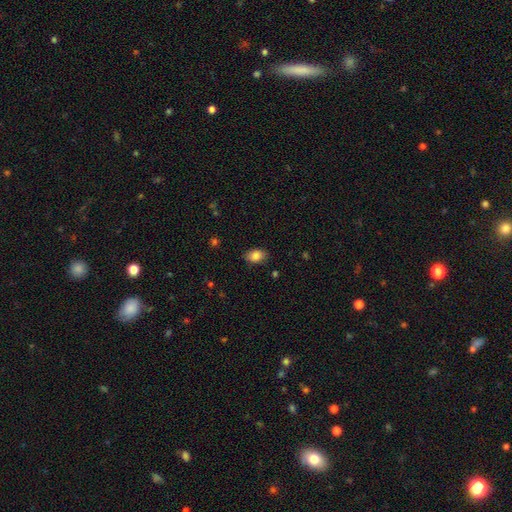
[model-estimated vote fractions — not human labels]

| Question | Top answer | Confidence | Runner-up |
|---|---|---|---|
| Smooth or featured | smooth | 85% | star or artifact (8%) |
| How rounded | in between | 87% | round (11%) |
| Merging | none | 85% | minor disturbance (12%) |